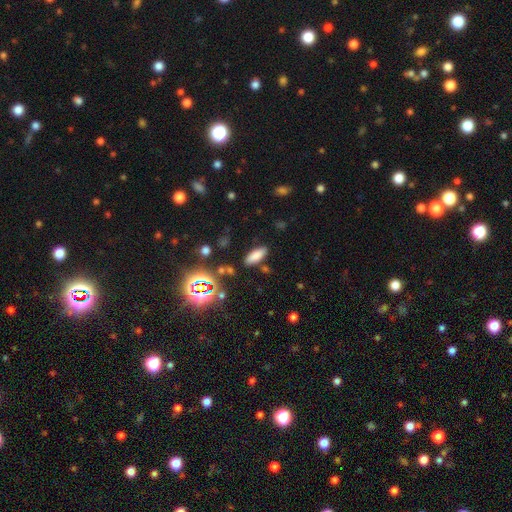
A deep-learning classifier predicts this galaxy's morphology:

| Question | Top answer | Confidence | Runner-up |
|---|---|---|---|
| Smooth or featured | smooth | 76% | star or artifact (15%) |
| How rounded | in between | 72% | cigar-shaped (25%) |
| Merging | none | 84% | minor disturbance (10%) |